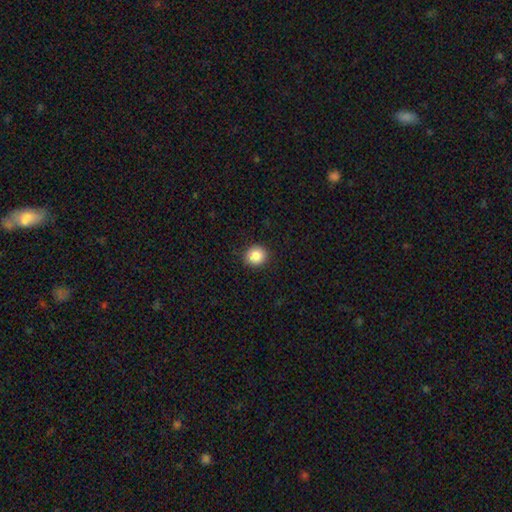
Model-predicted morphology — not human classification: type=smooth (86%); roundness=round (87%); merging=none (90%).